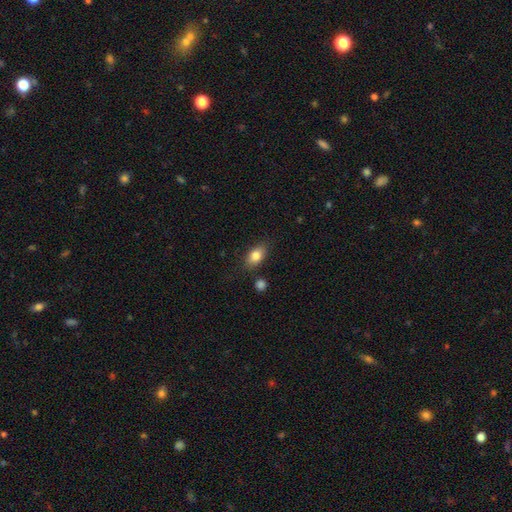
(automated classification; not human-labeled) Morphology: type=smooth (82%); roundness=in between (84%); merging=none (80%).